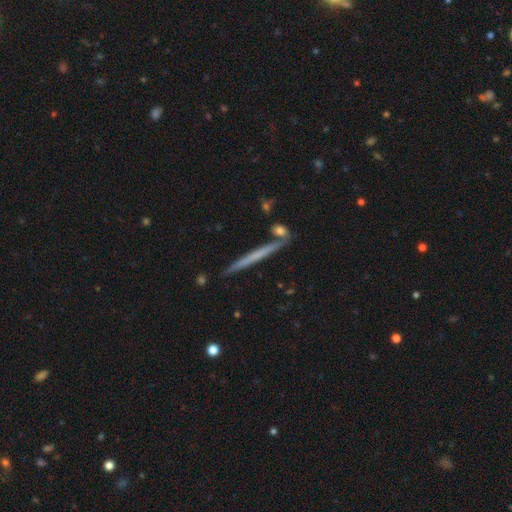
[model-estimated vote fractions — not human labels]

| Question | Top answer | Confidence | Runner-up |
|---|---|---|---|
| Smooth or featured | featured or disk | 49% | smooth (45%) |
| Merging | none | 85% | minor disturbance (8%) |